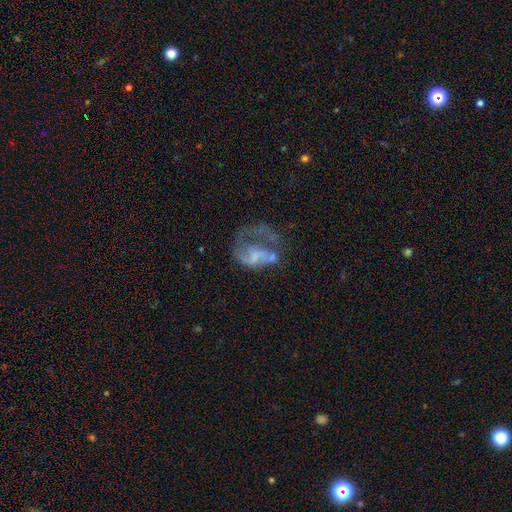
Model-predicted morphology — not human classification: Smooth or featured: featured or disk — 63% (smooth — 26%)
Edge-on disk: no — 98% (yes — 2%)
Bar: no — 69% (weak — 25%)
Spiral arms: no — 51% (yes — 49%)
Bulge size: none — 56% (small — 20%)
Merging: major disturbance — 51% (none — 21%)